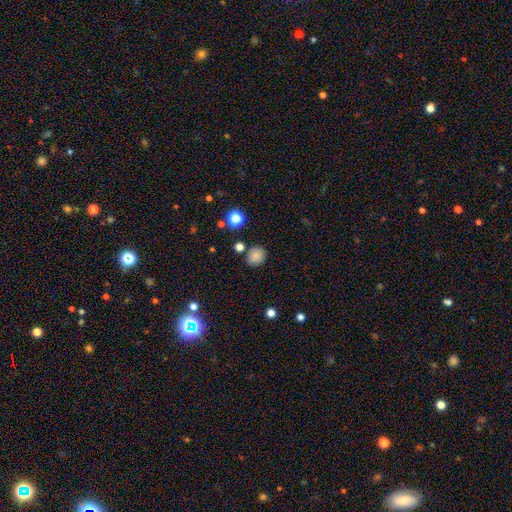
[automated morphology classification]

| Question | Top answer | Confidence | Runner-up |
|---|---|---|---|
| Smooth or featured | smooth | 82% | star or artifact (12%) |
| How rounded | round | 83% | in between (16%) |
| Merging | none | 82% | minor disturbance (10%) |